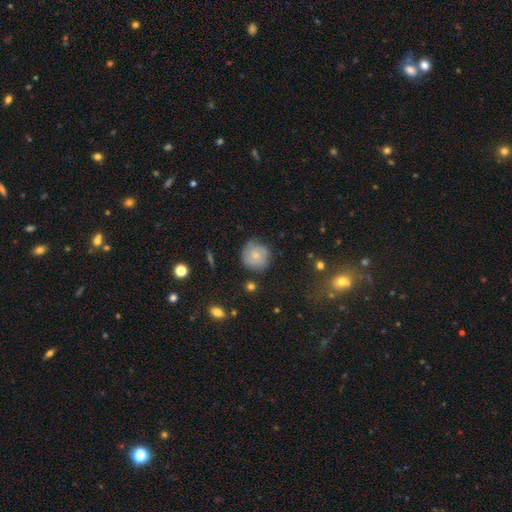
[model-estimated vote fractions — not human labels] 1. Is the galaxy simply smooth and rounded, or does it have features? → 56% smooth, 35% featured or disk, 9% star or artifact.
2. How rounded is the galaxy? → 91% round, 8% in between, 1% cigar-shaped.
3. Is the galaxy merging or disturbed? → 70% none, 22% minor disturbance, 6% major disturbance, 2% merger.